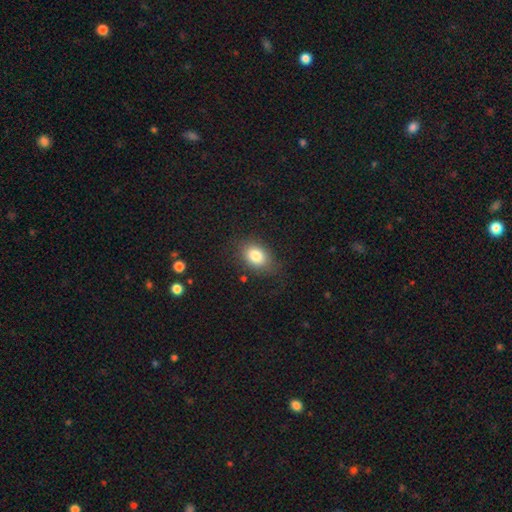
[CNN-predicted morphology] This appears to be a smooth galaxy with no disk features (82%) that is in between round and cigar-shaped (76%). Merging: none (77%).